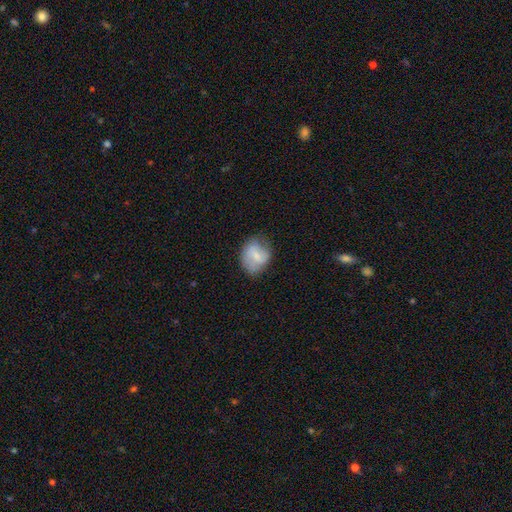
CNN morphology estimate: A smooth galaxy with no disk features (62%) that is round (50%). Merging: none (59%).